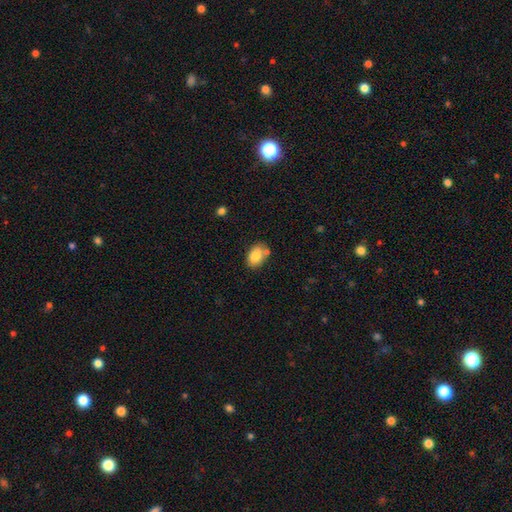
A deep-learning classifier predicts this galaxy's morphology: Smooth or featured: smooth — 84% (featured or disk — 9%)
How rounded: in between — 87% (round — 12%)
Merging: none — 71% (minor disturbance — 16%)